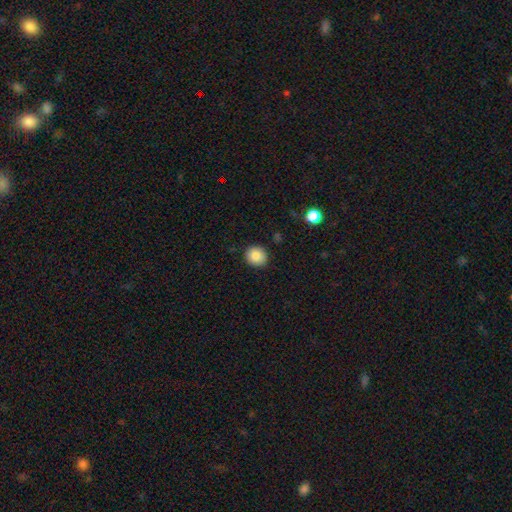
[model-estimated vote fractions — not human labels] Smooth or featured? Predicted: smooth (p=0.86). How rounded? Predicted: round (p=0.84). Merging? Predicted: none (p=0.89).